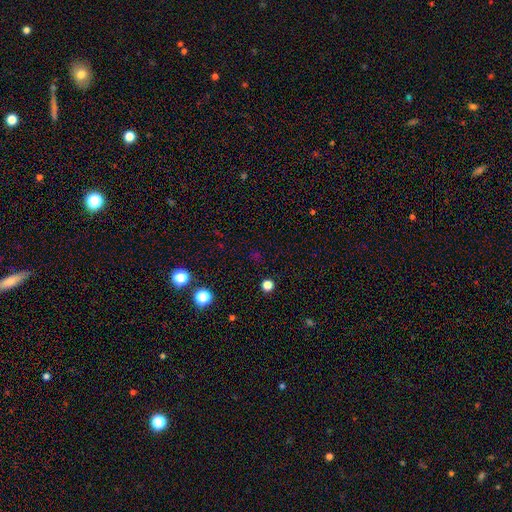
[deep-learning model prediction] star or artifact 51%, smooth 43%, featured or disk 6%.